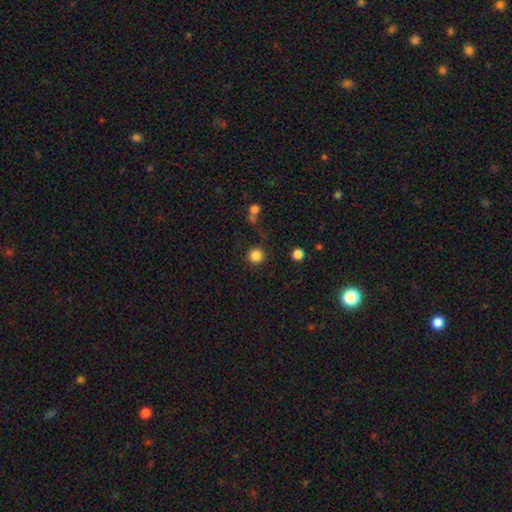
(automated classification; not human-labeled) smooth_or_featured: smooth (p=0.84) [alt: star or artifact p=0.12]
how_rounded: round (p=0.95) [alt: in between p=0.04]
merging: none (p=0.87) [alt: minor disturbance p=0.07]